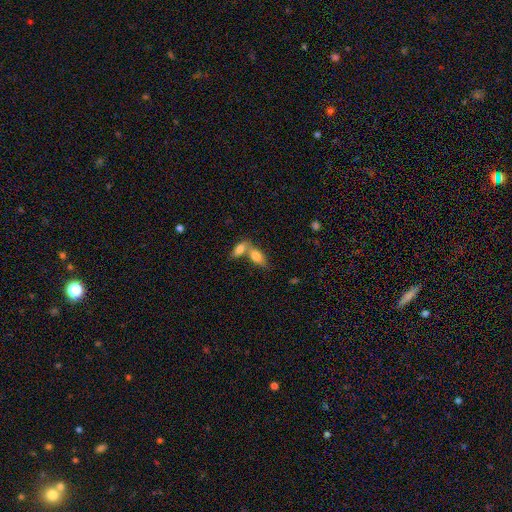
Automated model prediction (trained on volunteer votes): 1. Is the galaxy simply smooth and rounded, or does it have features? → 76% smooth, 17% featured or disk, 7% star or artifact.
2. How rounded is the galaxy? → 83% in between, 13% cigar-shaped, 5% round.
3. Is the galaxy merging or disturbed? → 57% merger, 32% none, 7% minor disturbance, 3% major disturbance.